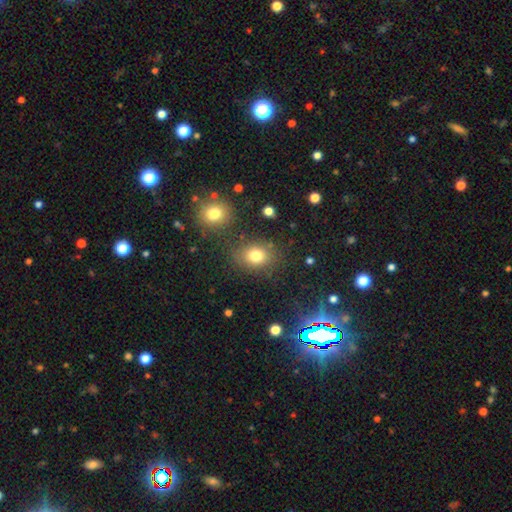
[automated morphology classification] Smooth or featured: smooth — 78% (star or artifact — 14%)
How rounded: in between — 50% (round — 48%)
Merging: none — 76% (minor disturbance — 12%)